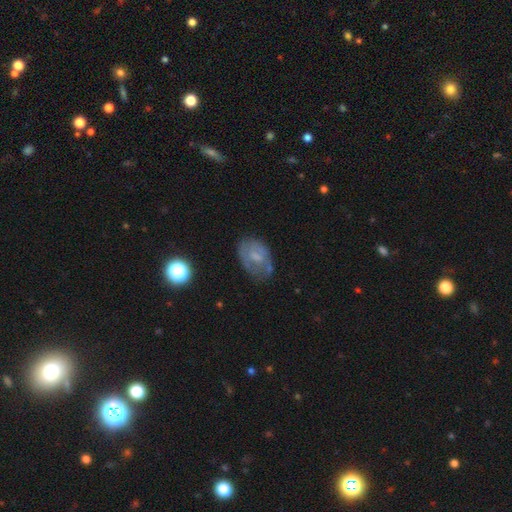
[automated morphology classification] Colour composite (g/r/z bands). It shows a featured or disk galaxy (48%). Merging: none (57%).